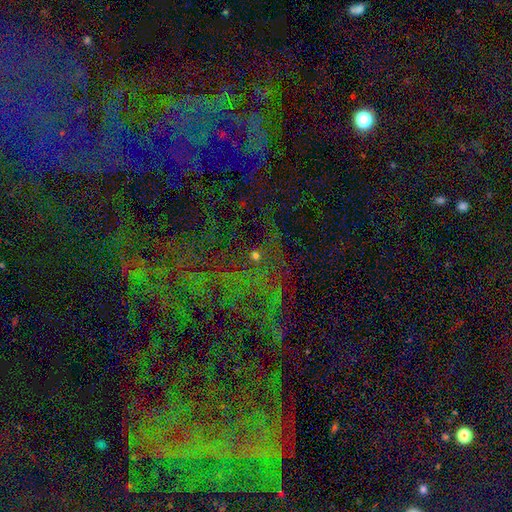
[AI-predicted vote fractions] The model was most divided on "smooth or featured": star or artifact: 66%, smooth: 24%, featured or disk: 11%.